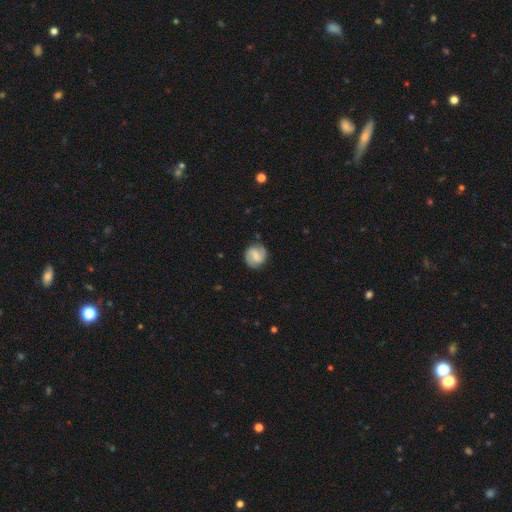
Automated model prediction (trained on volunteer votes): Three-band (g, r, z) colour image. It shows a featured or disk galaxy (68%) with a weak bar (52%), 2 (89%) medium (47%) spiral arms (94%) and a small central bulge (39%). Merging: none (83%).